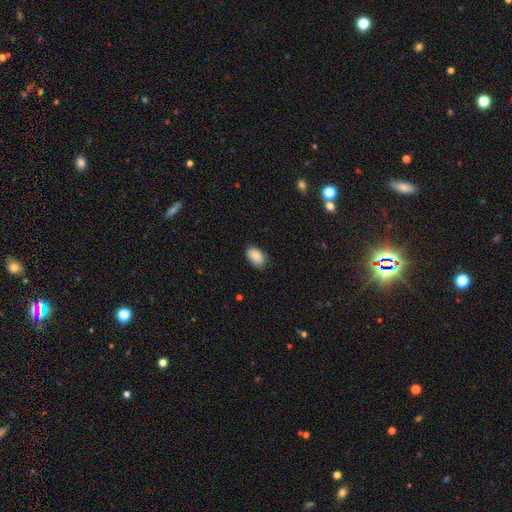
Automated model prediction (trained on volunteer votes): The model was most divided on "merging": none: 77%, minor disturbance: 19%, major disturbance: 3%, merger: 1%. More confident: how rounded — in between (92%); smooth or featured — smooth (88%).